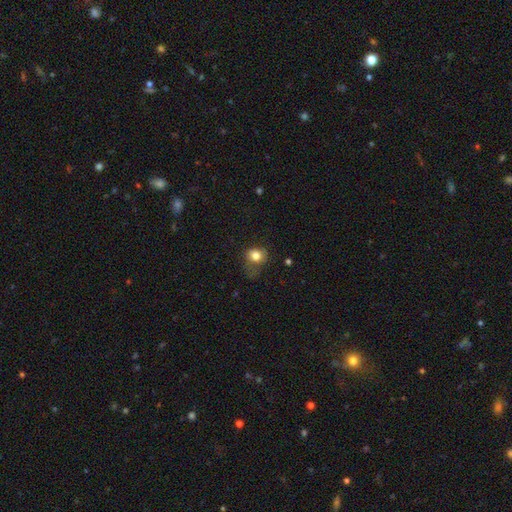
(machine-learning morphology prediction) The model was most divided on "merging": none: 41%, minor disturbance: 31%, major disturbance: 25%, merger: 3%. More confident: smooth or featured — smooth (80%); how rounded — round (64%).